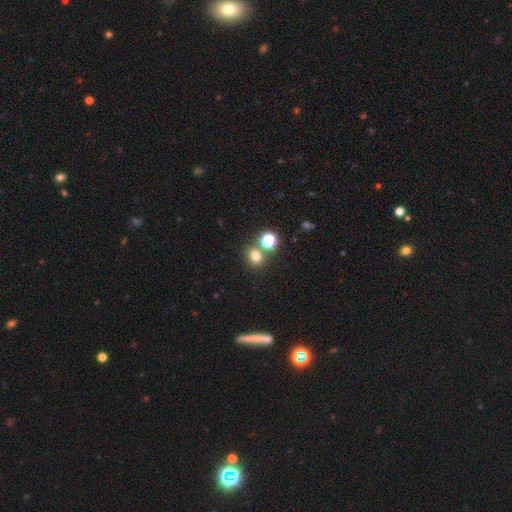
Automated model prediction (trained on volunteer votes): Morphology: type=smooth (73%); roundness=round (61%); merging=none (69%).